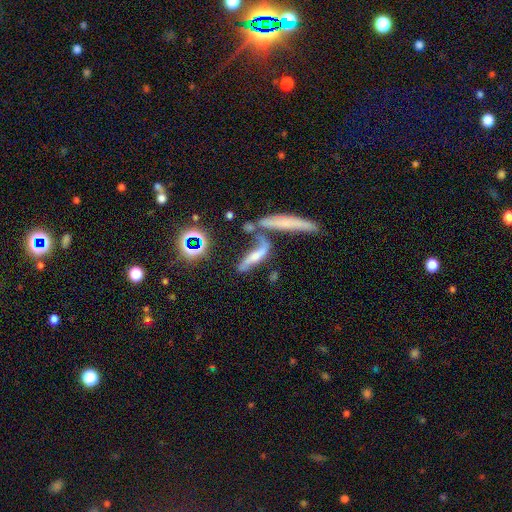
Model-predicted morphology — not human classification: A featured or disk galaxy (53%).

Vote fractions:
- Smooth or featured? featured or disk: 53% / smooth: 34% / star or artifact: 13%
- Edge-on disk? no: 53% / yes: 47%
- Merging? merger: 40% / none: 32% / minor disturbance: 14% / major disturbance: 13%